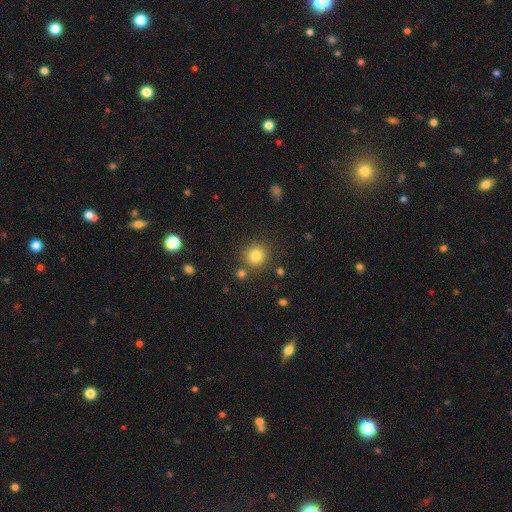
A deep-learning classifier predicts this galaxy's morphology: Smooth or featured? smooth (80%)
How rounded? round (92%)
Merging? none (81%)